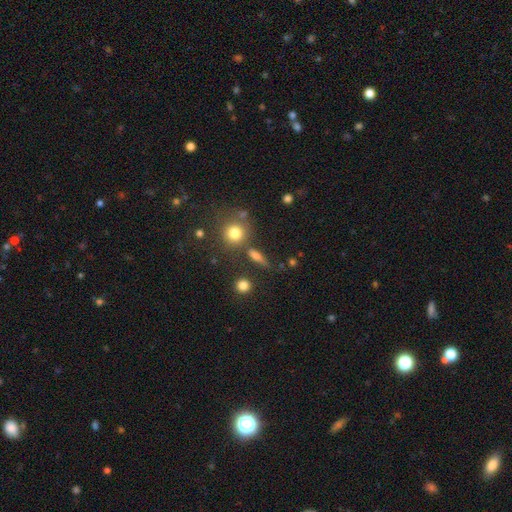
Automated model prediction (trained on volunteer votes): Smooth or featured? Predicted: smooth (p=0.65). How rounded? Predicted: cigar-shaped (p=0.39). Merging? Predicted: none (p=0.71).